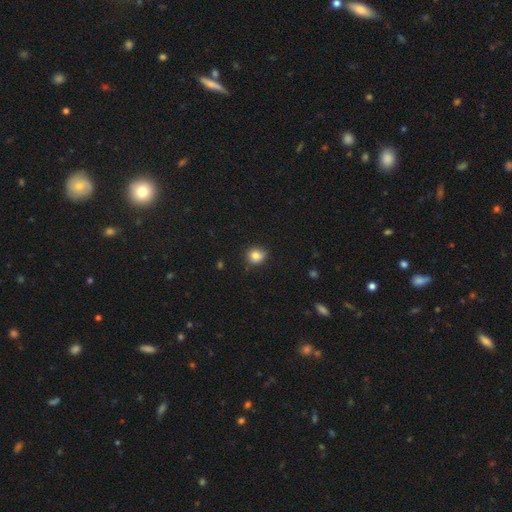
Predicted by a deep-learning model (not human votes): Smooth or featured: smooth — 82% (star or artifact — 11%)
How rounded: round — 77% (in between — 22%)
Merging: none — 70% (minor disturbance — 24%)